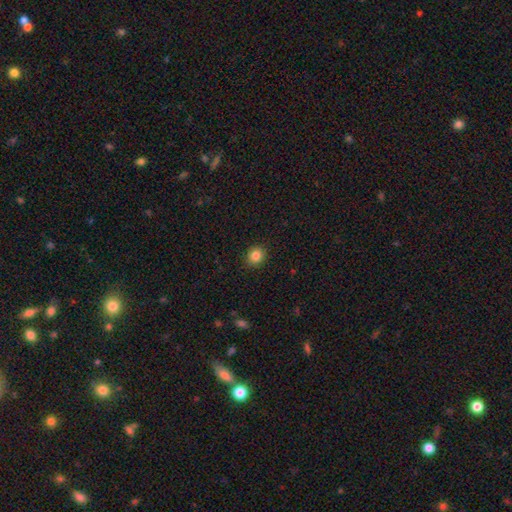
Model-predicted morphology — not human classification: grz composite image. It shows a smooth galaxy with no disk features (85%) that is round (74%). Merging: none (90%).